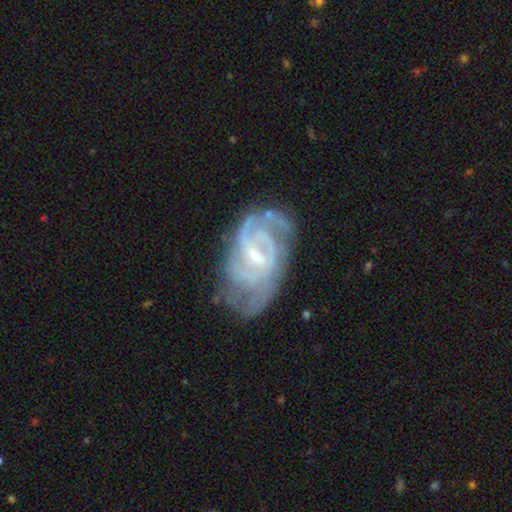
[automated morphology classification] smooth-or-featured: featured or disk: 89% | smooth: 6% | star or artifact: 5%
  disk-edge-on: no: 97% | yes: 3%
    bar: weak: 58% | strong: 22% | no: 20%
    has-spiral-arms: yes: 96% | no: 4%
      spiral-winding: tight: 50% | medium: 41% | loose: 9%
      spiral-arm-count: 2: 29% | 3: 25% | can't tell: 24% | 4: 11% | 1: 5% | more than 4: 5%
    bulge-size: small: 56% | moderate: 38% | none: 3% | large: 2% | dominant: 1%
  merging: none: 59% | minor disturbance: 24% | major disturbance: 15% | merger: 2%